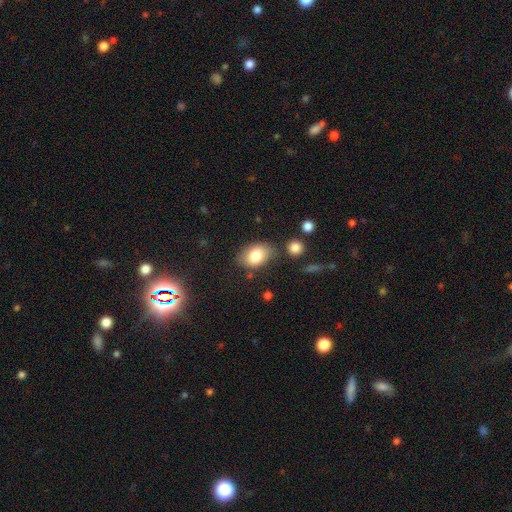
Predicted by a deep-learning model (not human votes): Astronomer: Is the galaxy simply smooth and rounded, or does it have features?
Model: smooth — 80%.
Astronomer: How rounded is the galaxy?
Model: in between — 84%.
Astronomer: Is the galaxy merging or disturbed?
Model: none — 71%.